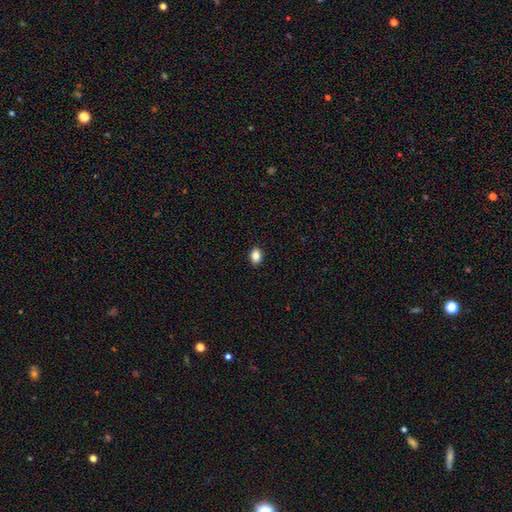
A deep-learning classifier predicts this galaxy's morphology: The model was most divided on "how rounded": in between: 71%, round: 28%, cigar-shaped: 1%. More confident: merging — none (91%); smooth or featured — smooth (86%).